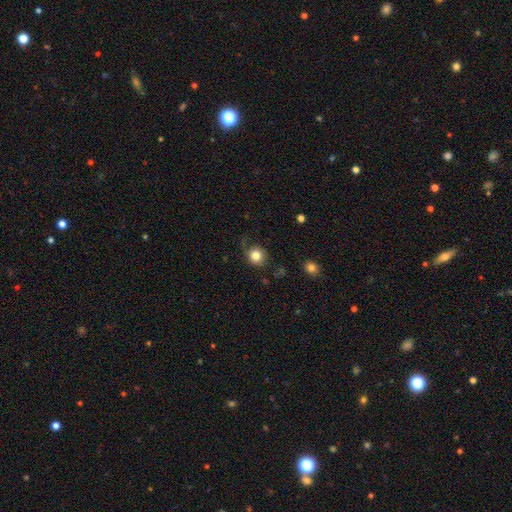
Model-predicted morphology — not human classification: The model was most divided on "merging": none: 65%, minor disturbance: 20%, major disturbance: 12%, merger: 2%. More confident: how rounded — round (87%); smooth or featured — smooth (80%).